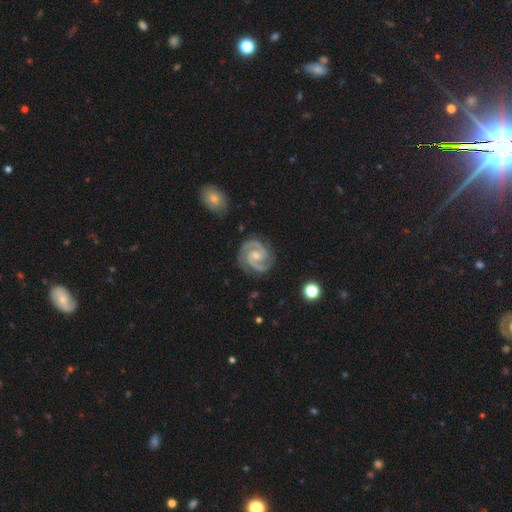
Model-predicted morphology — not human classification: Smooth or featured: featured or disk — 93% (star or artifact — 4%)
Edge-on disk: no — 98% (yes — 2%)
Bar: no — 50% (weak — 40%)
Spiral arms: yes — 99% (no — 1%)
Spiral winding: tight — 48% (medium — 47%)
Spiral arm count: 2 — 92% (3 — 3%)
Bulge size: small — 45% (tied with moderate — 45%)
Merging: none — 83% (minor disturbance — 13%)